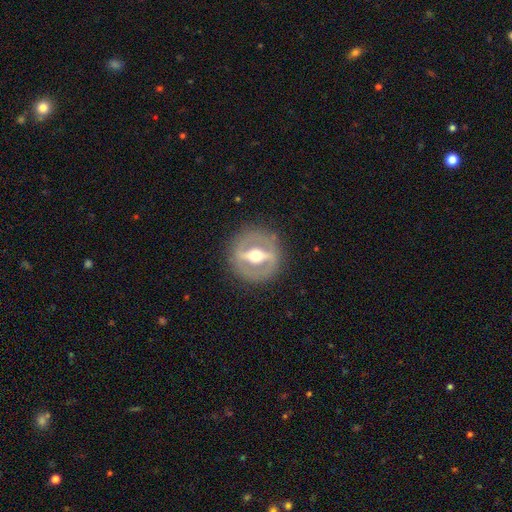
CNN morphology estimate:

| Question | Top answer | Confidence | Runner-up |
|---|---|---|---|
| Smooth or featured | featured or disk | 80% | smooth (15%) |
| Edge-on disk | no | 83% | yes (17%) |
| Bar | strong | 77% | weak (16%) |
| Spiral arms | no | 66% | yes (34%) |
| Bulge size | moderate | 71% | large (19%) |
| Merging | none | 85% | minor disturbance (9%) |